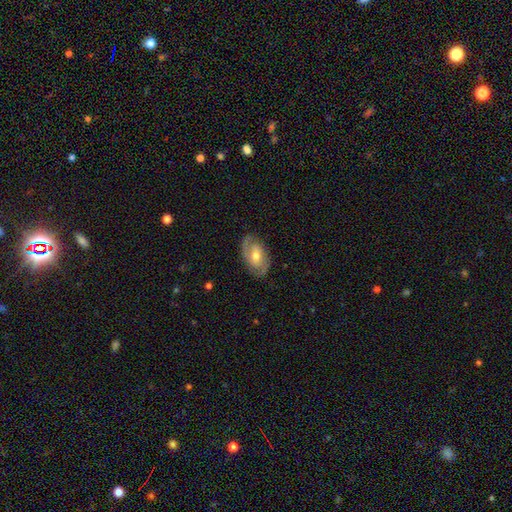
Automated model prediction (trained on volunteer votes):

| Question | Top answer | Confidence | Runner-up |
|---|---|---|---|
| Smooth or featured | featured or disk | 73% | smooth (22%) |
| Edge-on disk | no | 94% | yes (6%) |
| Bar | no | 43% | weak (42%) |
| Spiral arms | yes | 86% | no (14%) |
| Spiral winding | medium | 44% | tight (40%) |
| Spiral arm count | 2 | 82% | can't tell (10%) |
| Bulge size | moderate | 69% | small (24%) |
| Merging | none | 81% | minor disturbance (14%) |